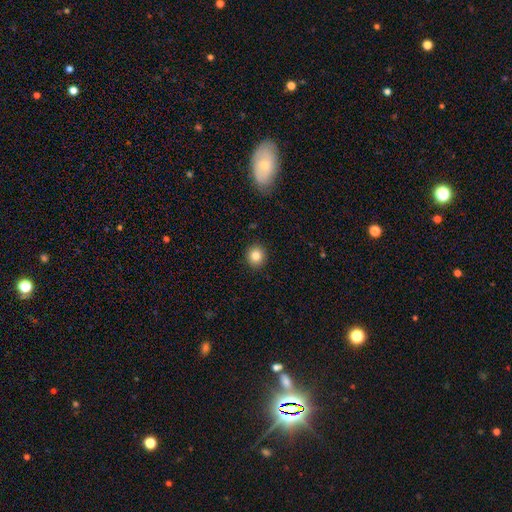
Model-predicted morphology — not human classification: type=smooth (83%); roundness=round (87%); merging=none (91%).